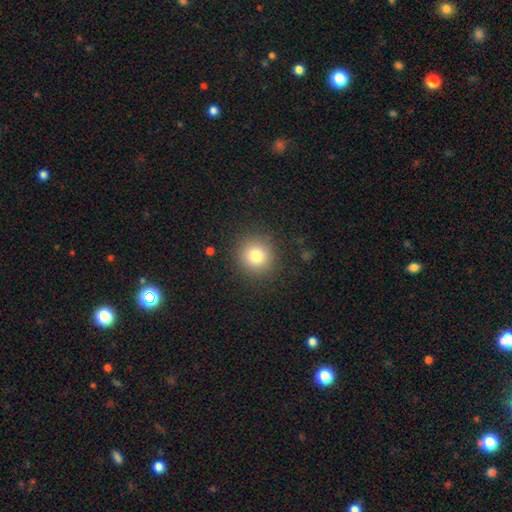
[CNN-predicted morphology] type=smooth (79%); roundness=round (94%); merging=none (89%).